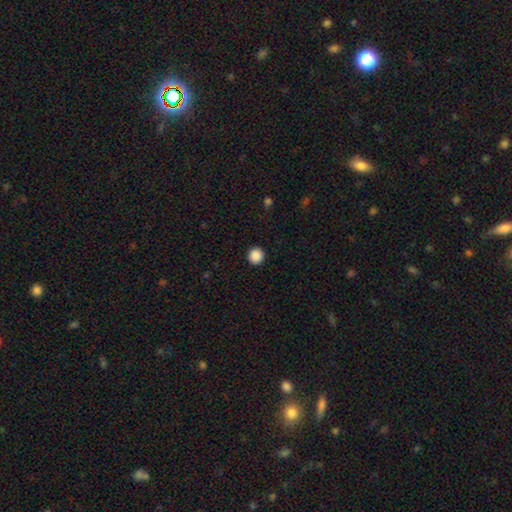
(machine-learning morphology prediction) type=smooth (88%); roundness=round (93%); merging=none (92%).